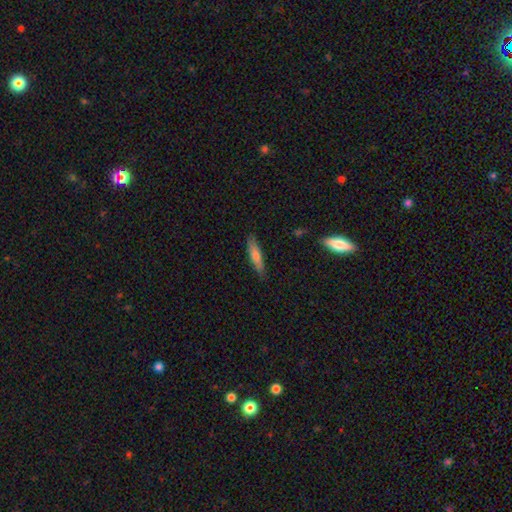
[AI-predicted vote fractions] smooth_or_featured: smooth (p=0.64) [alt: featured or disk p=0.29]
how_rounded: cigar-shaped (p=0.82) [alt: in between p=0.17]
merging: none (p=0.85) [alt: minor disturbance p=0.12]